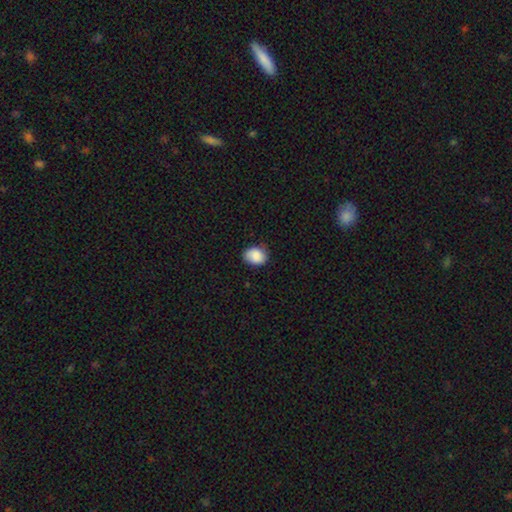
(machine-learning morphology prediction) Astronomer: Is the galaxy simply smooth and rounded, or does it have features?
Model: smooth — 84%.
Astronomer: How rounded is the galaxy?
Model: in between — 55% (runner-up: round, 45%).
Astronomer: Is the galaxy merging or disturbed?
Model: none — 74%.